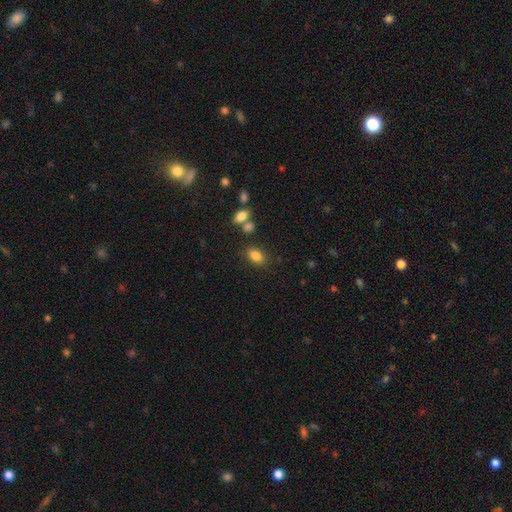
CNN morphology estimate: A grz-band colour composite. It shows a smooth galaxy with no disk features (83%) that is in between round and cigar-shaped (84%). Merging: none (78%).